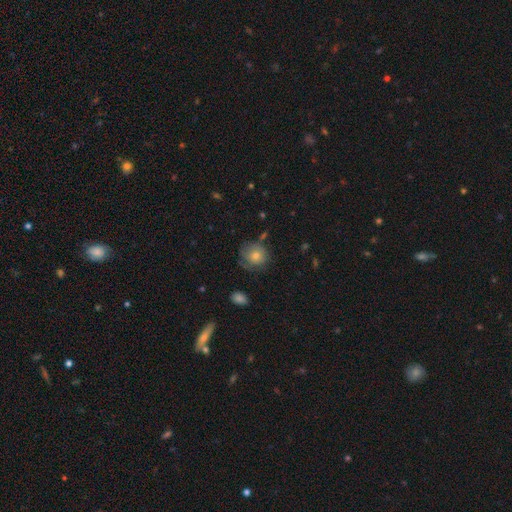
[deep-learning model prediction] This appears to be a smooth galaxy with no disk features (61%) that is round (86%). Merging: none (67%).